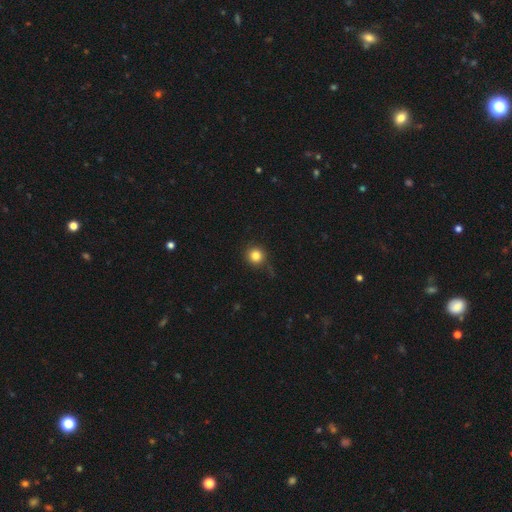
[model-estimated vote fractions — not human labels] smooth_or_featured: smooth (p=0.83) [alt: star or artifact p=0.12]
how_rounded: round (p=0.94) [alt: in between p=0.05]
merging: none (p=0.79) [alt: minor disturbance p=0.15]